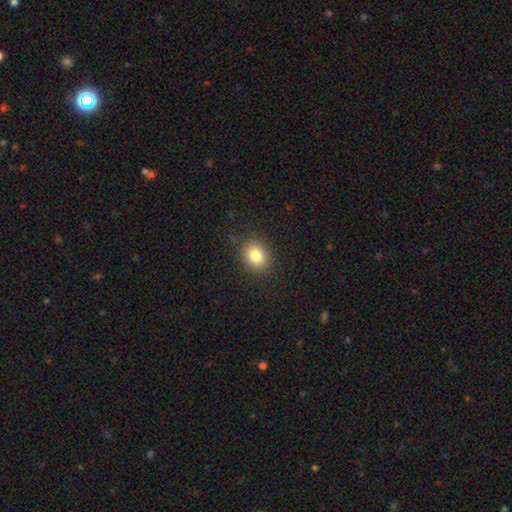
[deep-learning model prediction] Smooth or featured? smooth (82%)
How rounded? round (54%)
Merging? none (86%)